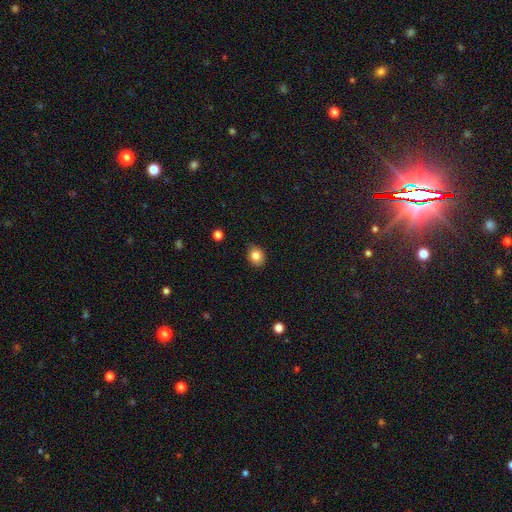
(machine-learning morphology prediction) Smooth or featured: smooth — 83% (star or artifact — 10%)
How rounded: round — 58% (in between — 41%)
Merging: none — 83% (minor disturbance — 14%)